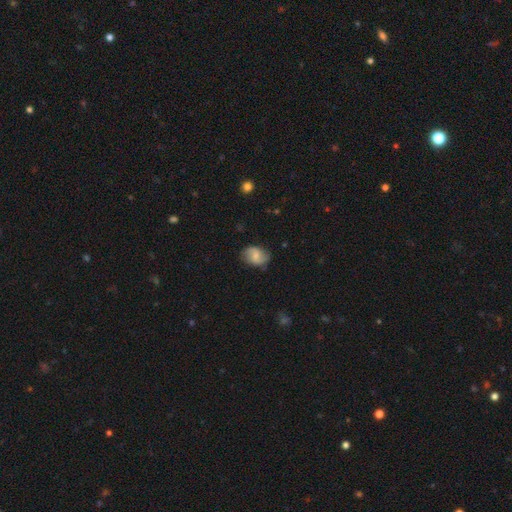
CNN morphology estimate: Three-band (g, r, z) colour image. It shows a featured or disk galaxy (46%, tied with smooth). Merging: none (76%).